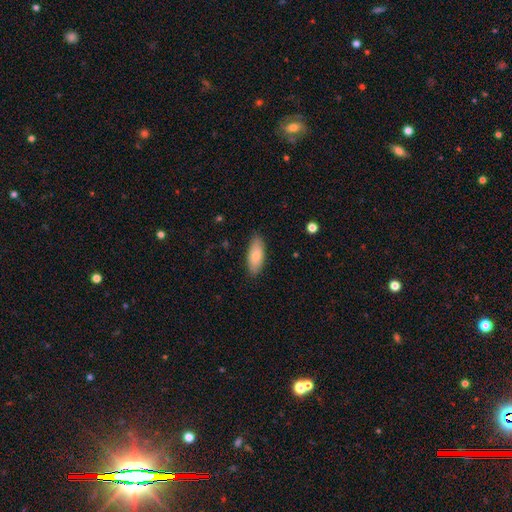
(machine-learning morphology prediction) smooth 78%, featured or disk 16%, star or artifact 6%. Down the decision tree: how rounded — in between (81%); merging — none (84%).